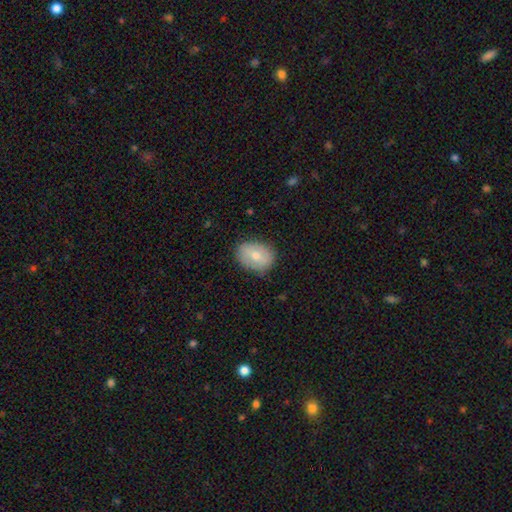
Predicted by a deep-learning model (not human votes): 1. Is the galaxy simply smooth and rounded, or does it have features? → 70% smooth, 23% featured or disk, 7% star or artifact.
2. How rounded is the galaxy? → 64% in between, 35% round, 1% cigar-shaped.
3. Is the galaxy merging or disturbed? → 81% none, 15% minor disturbance, 3% major disturbance, 1% merger.